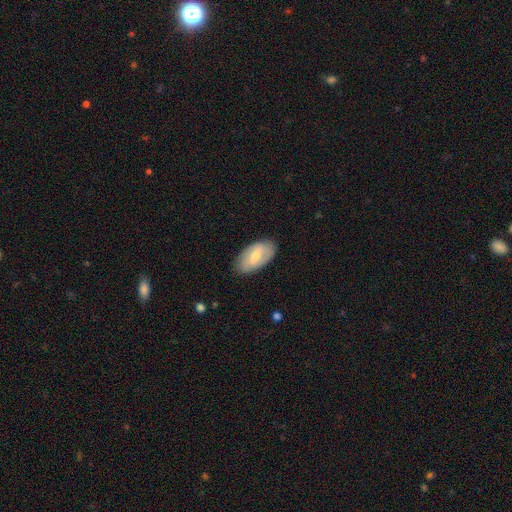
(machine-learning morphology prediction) Overall: smooth (52%; featured or disk 42%). How rounded: in between (93%). Merging: none (81%).